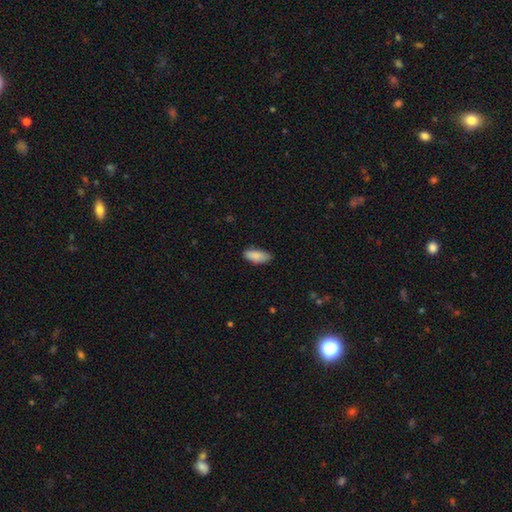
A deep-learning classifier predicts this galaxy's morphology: A smooth galaxy with no disk features (88%) that is in between round and cigar-shaped (85%).

Vote fractions:
- Smooth or featured? smooth: 88% / star or artifact: 6% / featured or disk: 5%
- How rounded? in between: 85% / cigar-shaped: 13% / round: 2%
- Merging? none: 79% / minor disturbance: 17% / major disturbance: 3% / merger: 1%